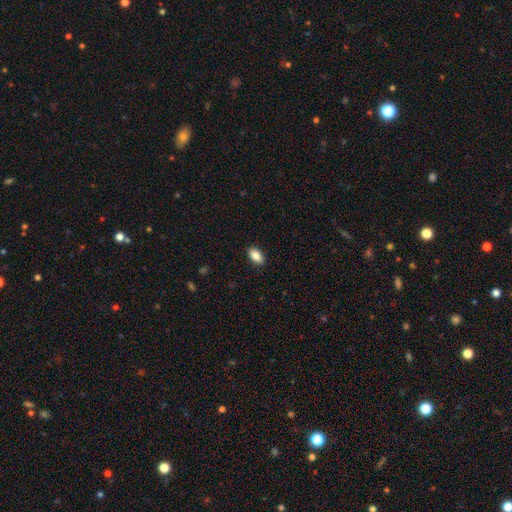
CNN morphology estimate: Smooth or featured?
  - smooth: 86% *
  - star or artifact: 8%
  - featured or disk: 6%
How rounded?
  - in between: 92% *
  - round: 6%
  - cigar-shaped: 2%
Merging?
  - none: 90% *
  - minor disturbance: 7%
  - major disturbance: 2%
  - merger: 1%